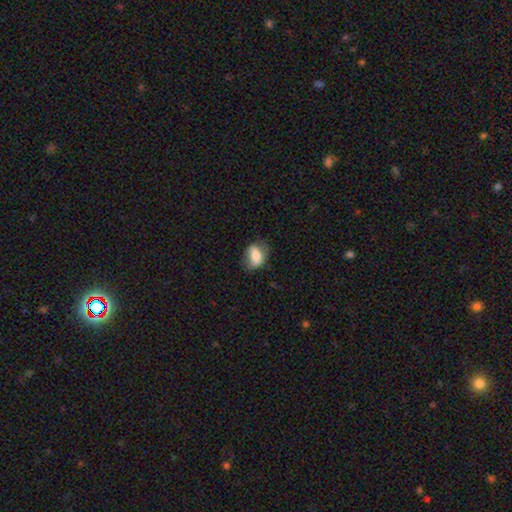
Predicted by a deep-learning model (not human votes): Smooth or featured? smooth (65%)
How rounded? in between (77%)
Merging? none (65%)